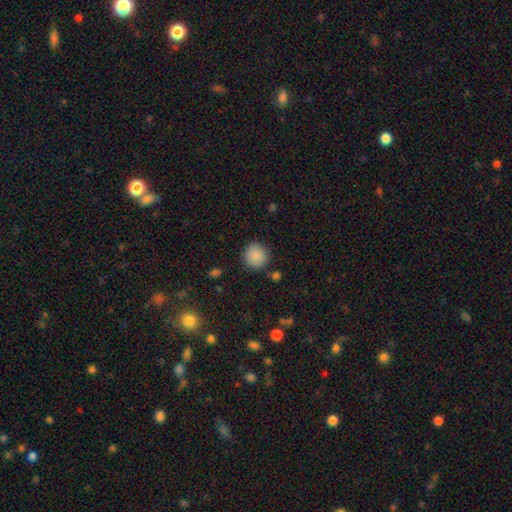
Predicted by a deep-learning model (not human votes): A smooth galaxy with no disk features (87%) that is round (92%).

Vote fractions:
- Smooth or featured? smooth: 87% / star or artifact: 8% / featured or disk: 4%
- How rounded? round: 92% / in between: 7% / cigar-shaped: 1%
- Merging? none: 86% / minor disturbance: 9% / major disturbance: 3% / merger: 2%